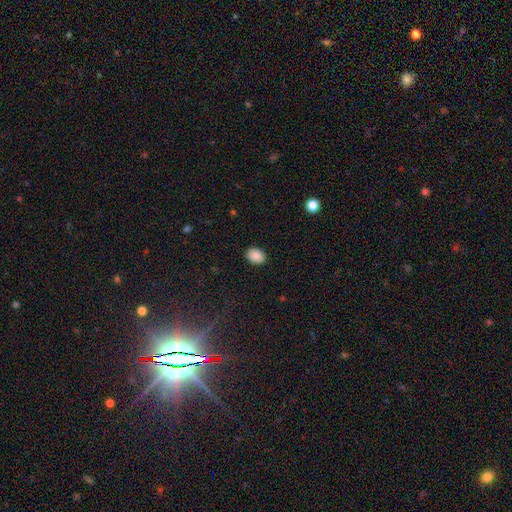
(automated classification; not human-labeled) Q: Smooth or featured?
A: smooth (89%); runner-up: star or artifact (8%)
Q: How rounded?
A: in between (66%); runner-up: round (33%)
Q: Merging?
A: none (90%); runner-up: minor disturbance (7%)